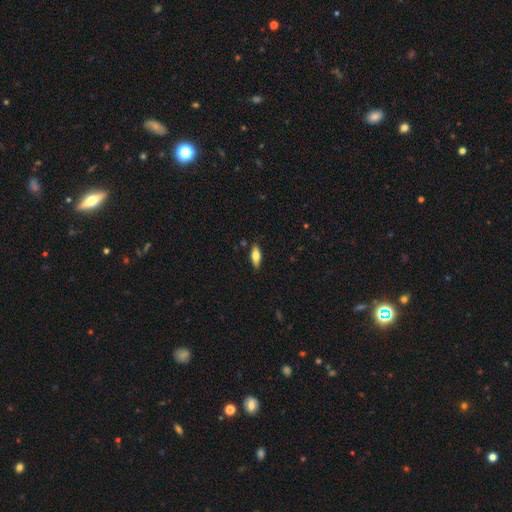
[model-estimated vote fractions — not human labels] The model was most divided on "how rounded": in between: 66%, cigar-shaped: 32%, round: 2%. More confident: merging — none (86%); smooth or featured — smooth (65%).